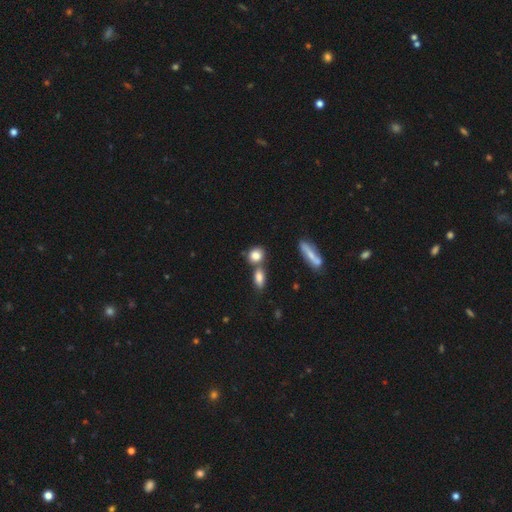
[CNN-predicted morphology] smooth 81%, featured or disk 10%, star or artifact 9%. Down the decision tree: how rounded — round (52%); merging — none (53%).